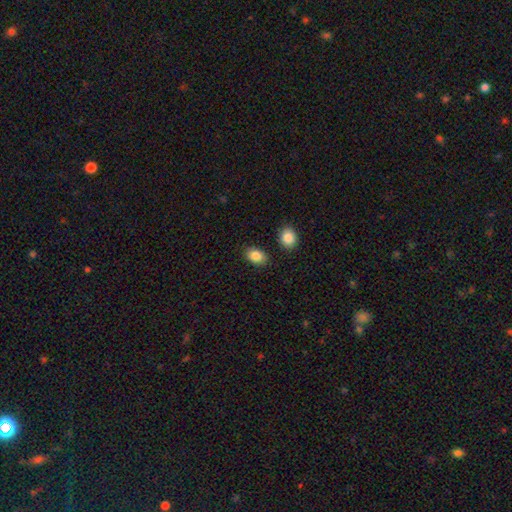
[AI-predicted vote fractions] This appears to be a smooth galaxy with no disk features (87%) that is in between round and cigar-shaped (79%). Merging: none (84%).